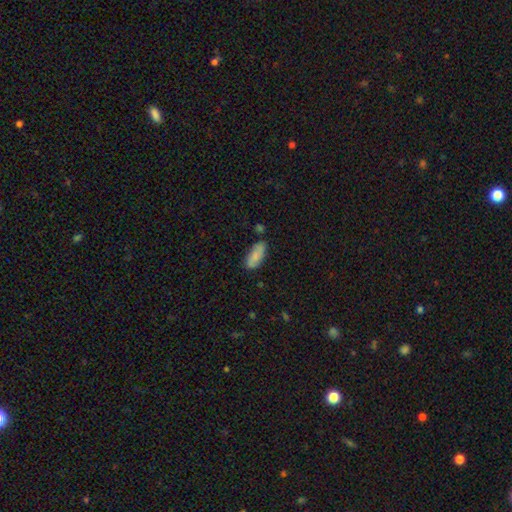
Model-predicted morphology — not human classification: Smooth or featured: smooth — 80% (featured or disk — 14%)
How rounded: in between — 79% (cigar-shaped — 19%)
Merging: none — 76% (minor disturbance — 17%)